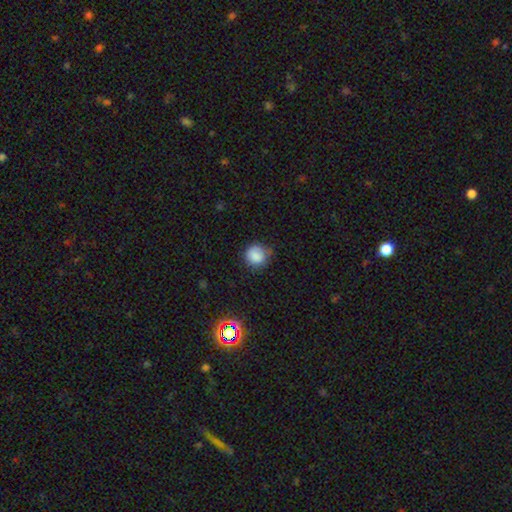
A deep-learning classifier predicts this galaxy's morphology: Overall: smooth (84%). How rounded: round (88%). Merging: none (68%).